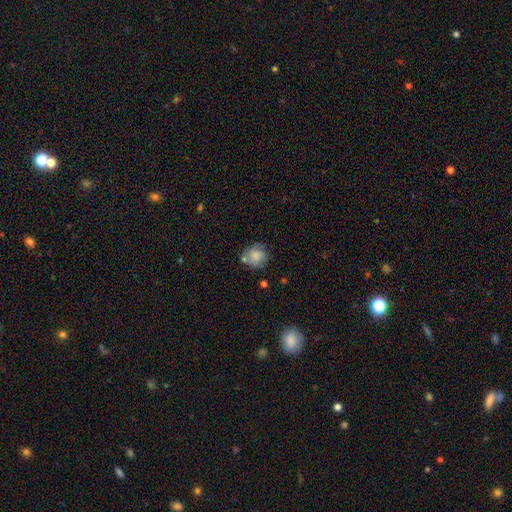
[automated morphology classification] A smooth galaxy with no disk features (76%) that is round (79%).

Vote fractions:
- Smooth or featured? smooth: 76% / featured or disk: 15% / star or artifact: 9%
- How rounded? round: 79% / in between: 19% / cigar-shaped: 1%
- Merging? none: 60% / minor disturbance: 22% / merger: 11% / major disturbance: 7%